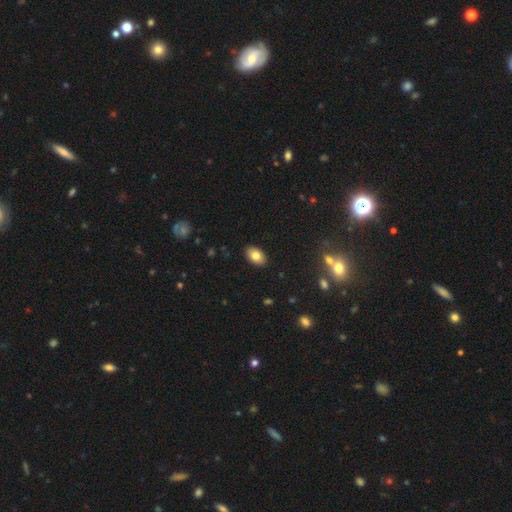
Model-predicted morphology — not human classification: Smooth or featured? smooth (80%)
How rounded? in between (89%)
Merging? none (89%)